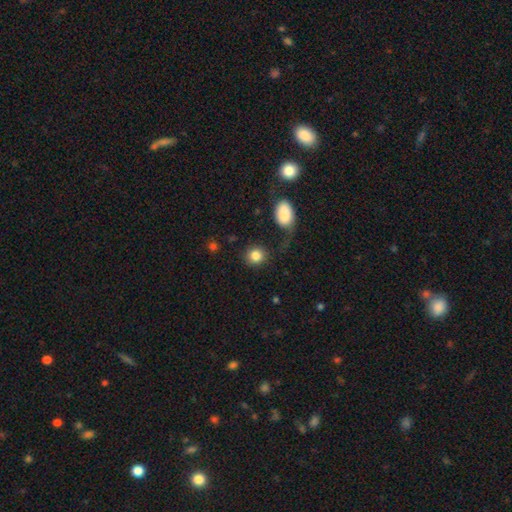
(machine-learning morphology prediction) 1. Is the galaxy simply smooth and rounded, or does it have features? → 85% smooth, 9% star or artifact, 6% featured or disk.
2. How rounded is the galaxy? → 84% round, 15% in between, 1% cigar-shaped.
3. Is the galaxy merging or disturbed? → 77% none, 10% minor disturbance, 7% major disturbance, 5% merger.